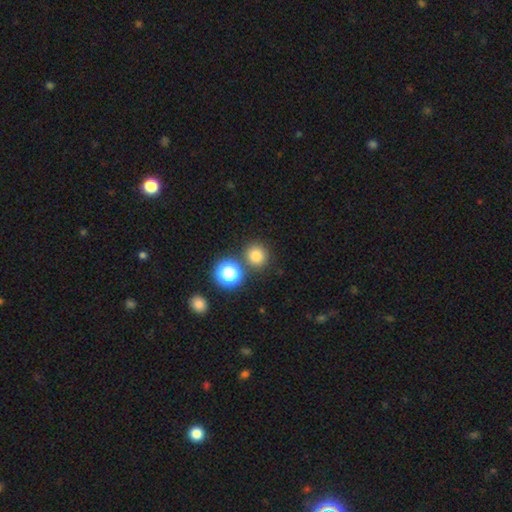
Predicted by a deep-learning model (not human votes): Smooth or featured? smooth (76%)
How rounded? round (92%)
Merging? none (80%)